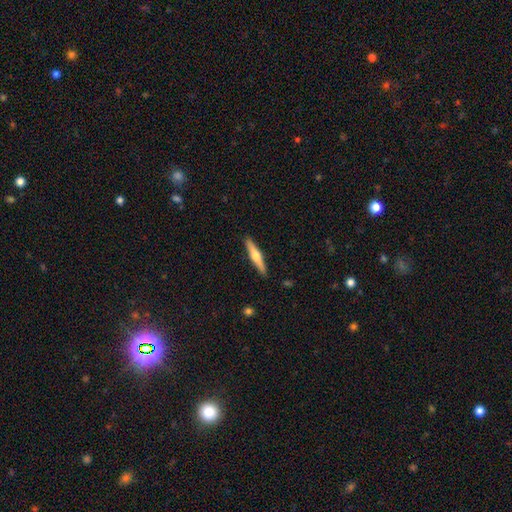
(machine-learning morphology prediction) featured or disk 61%, smooth 34%, star or artifact 5%. Down the decision tree: edge-on disk — yes (97%); edge-on bulge — rounded (94%); merging — none (91%).